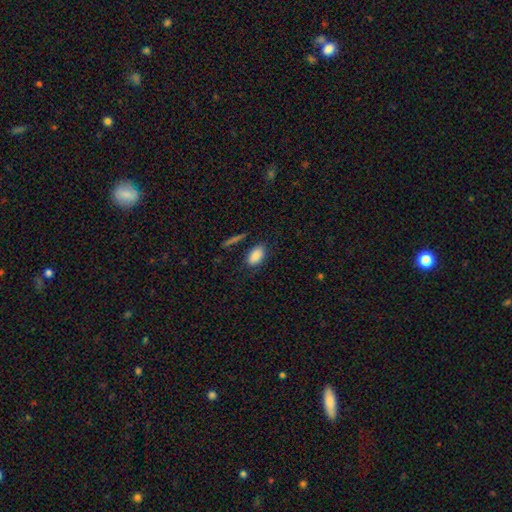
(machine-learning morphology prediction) Smooth or featured? Predicted: smooth (p=0.87). How rounded? Predicted: in between (p=0.92). Merging? Predicted: none (p=0.81).